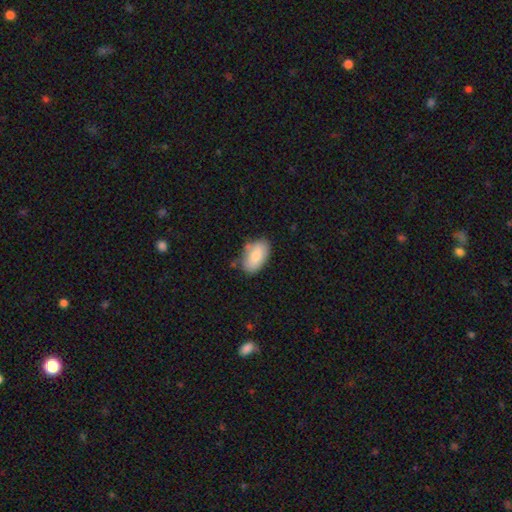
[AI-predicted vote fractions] Smooth or featured?
  - smooth: 78% *
  - featured or disk: 16%
  - star or artifact: 6%
How rounded?
  - in between: 93% *
  - round: 5%
  - cigar-shaped: 2%
Merging?
  - none: 72% *
  - minor disturbance: 19%
  - merger: 5%
  - major disturbance: 4%